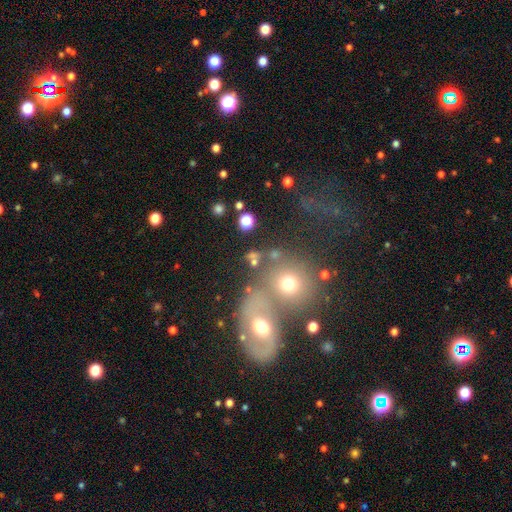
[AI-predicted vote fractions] The model was most divided on "smooth or featured": smooth: 46%, featured or disk: 37%, star or artifact: 17%. More confident: merging — merger (58%).